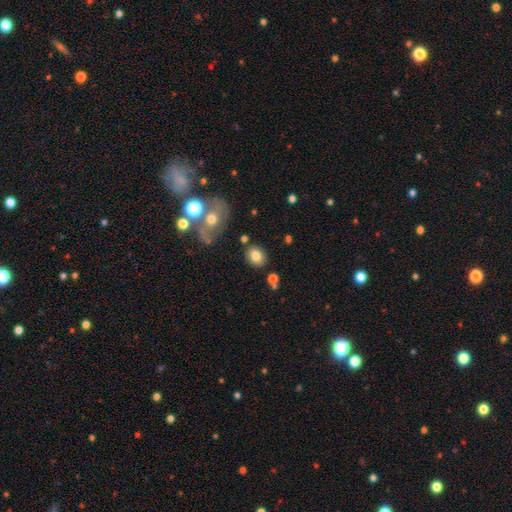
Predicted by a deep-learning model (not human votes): Smooth or featured?
  - smooth: 80% *
  - featured or disk: 11%
  - star or artifact: 10%
How rounded?
  - round: 51% *
  - in between: 48%
  - cigar-shaped: 1%
Merging?
  - none: 82% *
  - minor disturbance: 10%
  - merger: 5%
  - major disturbance: 3%